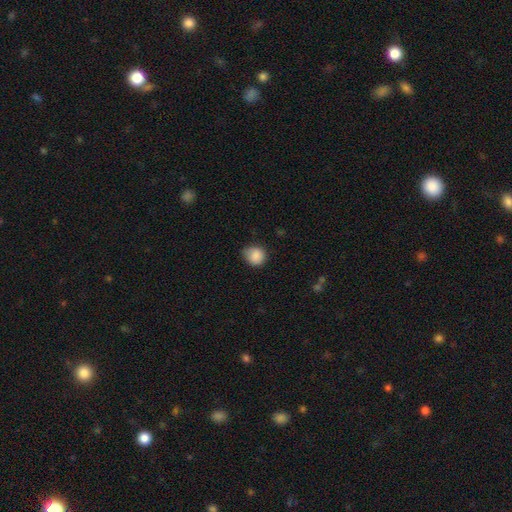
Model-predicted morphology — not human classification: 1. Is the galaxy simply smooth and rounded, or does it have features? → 87% smooth, 9% star or artifact, 4% featured or disk.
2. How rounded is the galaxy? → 77% round, 22% in between, 1% cigar-shaped.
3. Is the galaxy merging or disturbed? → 65% none, 29% minor disturbance, 5% major disturbance, 1% merger.